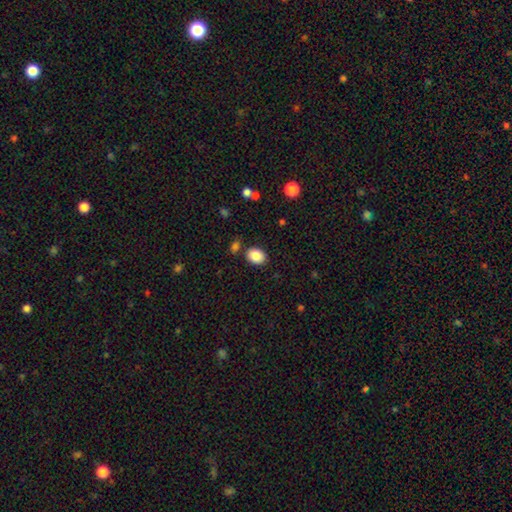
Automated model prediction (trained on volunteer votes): This appears to be a smooth galaxy with no disk features (87%) that is in between round and cigar-shaped (61%). Merging: none (82%).